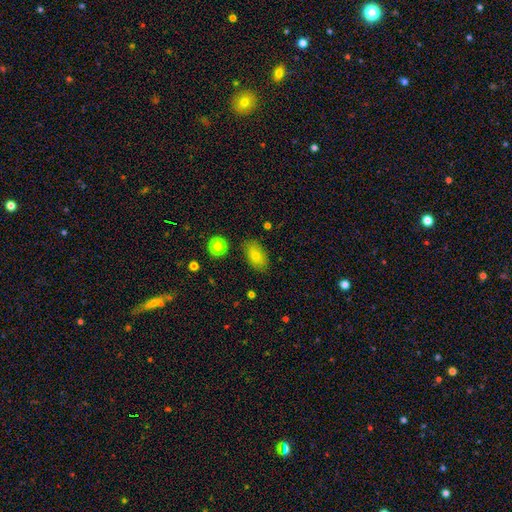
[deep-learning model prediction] smooth-or-featured: smooth: 79% | featured or disk: 11% | star or artifact: 9%
  how-rounded: in between: 90% | round: 8% | cigar-shaped: 2%
  merging: none: 82% | minor disturbance: 13% | major disturbance: 3% | merger: 2%